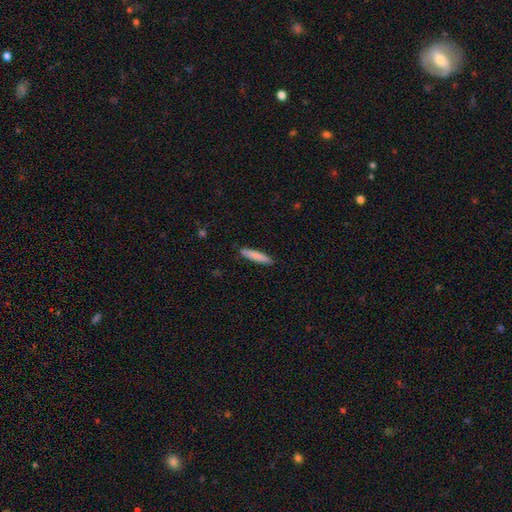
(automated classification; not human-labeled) Smooth or featured: smooth — 84% (featured or disk — 10%)
How rounded: cigar-shaped — 89% (in between — 10%)
Merging: none — 90% (minor disturbance — 8%)